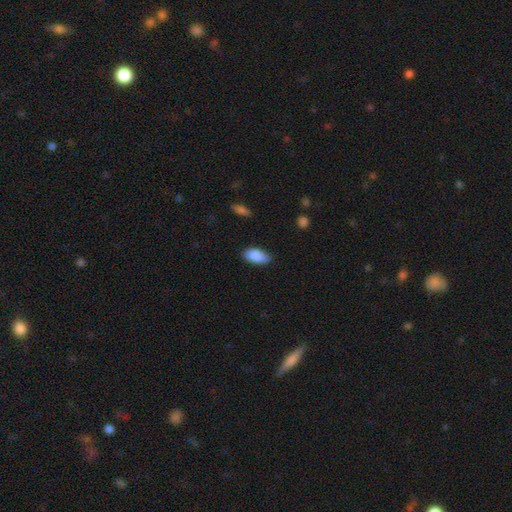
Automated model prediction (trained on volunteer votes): smooth 88%, star or artifact 7%, featured or disk 5%. Down the decision tree: how rounded — in between (92%); merging — none (79%).